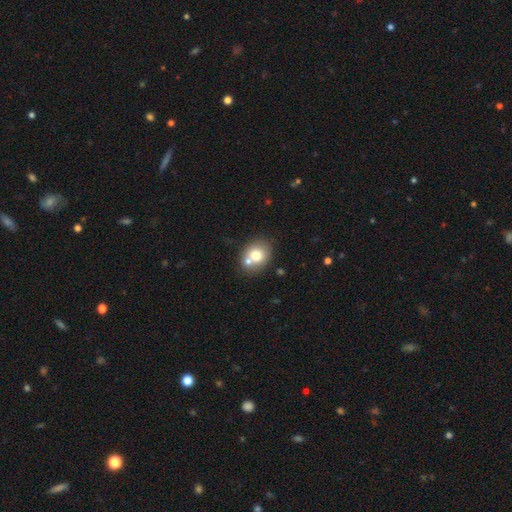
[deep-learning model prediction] A smooth galaxy with no disk features (71%) that is round (55%).

Vote fractions:
- Smooth or featured? smooth: 71% / featured or disk: 18% / star or artifact: 10%
- How rounded? round: 55% / in between: 44% / cigar-shaped: 1%
- Merging? none: 56% / merger: 30% / minor disturbance: 11% / major disturbance: 3%